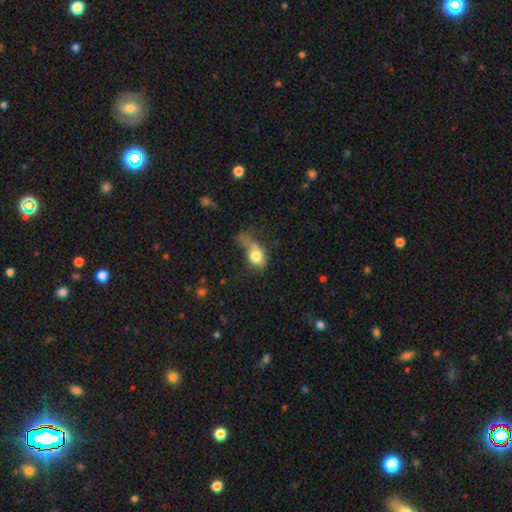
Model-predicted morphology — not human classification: smooth 75%, featured or disk 15%, star or artifact 10%. Down the decision tree: how rounded — in between (60%); merging — major disturbance (37%).